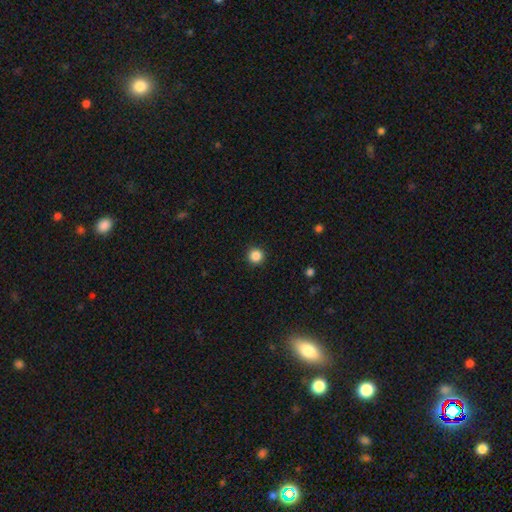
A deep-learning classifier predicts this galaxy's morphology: smooth 86%, star or artifact 11%, featured or disk 3%. Down the decision tree: how rounded — round (96%); merging — none (93%).